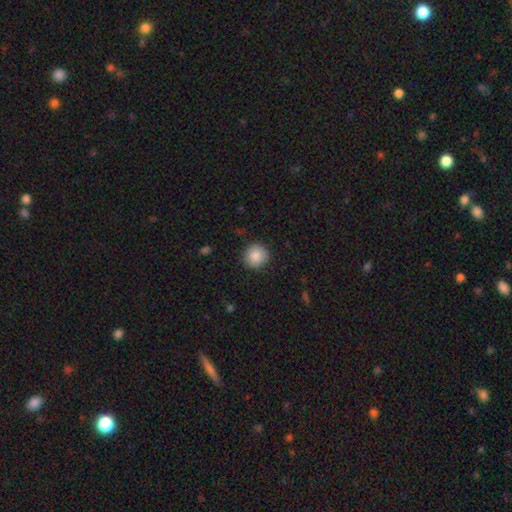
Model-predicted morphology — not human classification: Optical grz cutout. It shows a smooth galaxy with no disk features (86%) that is round (94%). Merging: none (90%).